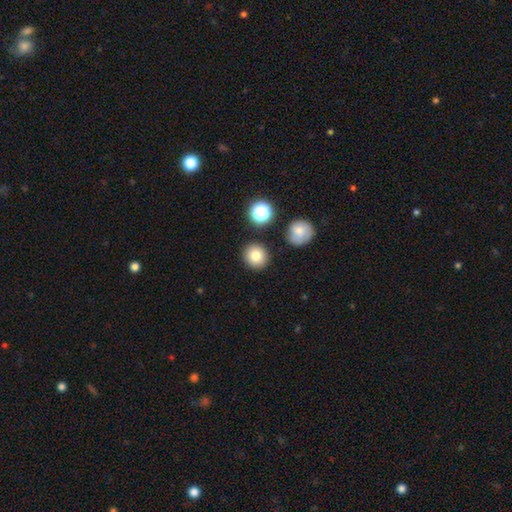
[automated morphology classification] smooth_or_featured: smooth (p=0.80) [alt: star or artifact p=0.12]
how_rounded: round (p=0.93) [alt: in between p=0.06]
merging: none (p=0.88) [alt: minor disturbance p=0.06]